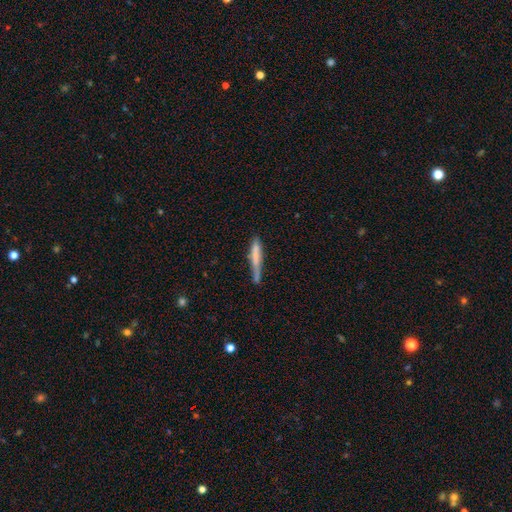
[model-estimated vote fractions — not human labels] This is likely a smooth galaxy (63%). How rounded: clearly cigar-shaped (93%). Merging: likely none (60%).